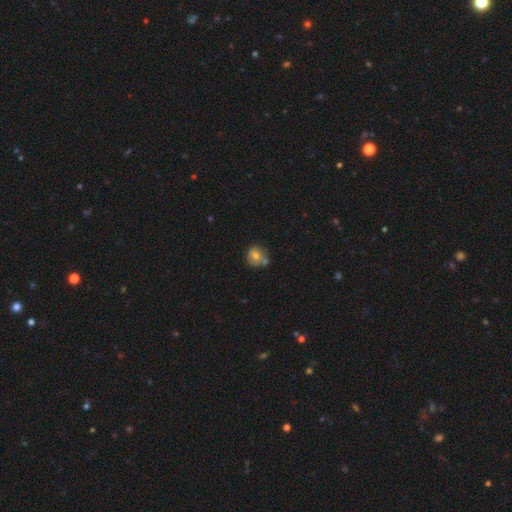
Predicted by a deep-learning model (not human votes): smooth-or-featured: smooth: 71% | featured or disk: 19% | star or artifact: 10%
  how-rounded: round: 82% | in between: 17% | cigar-shaped: 1%
  merging: none: 56% | merger: 24% | minor disturbance: 16% | major disturbance: 4%